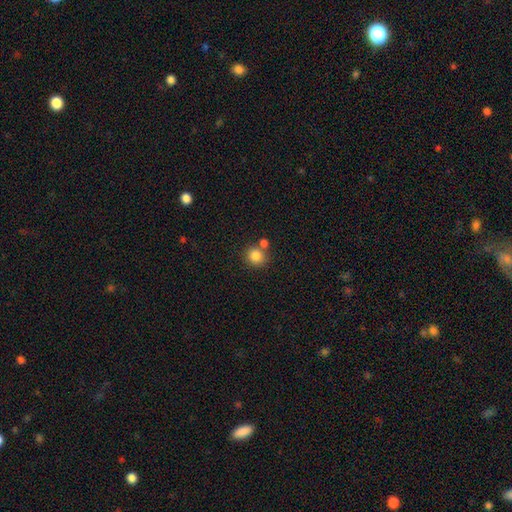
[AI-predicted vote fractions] This is clearly a smooth galaxy (84%). How rounded: clearly round (89%). Merging: likely none (68%).